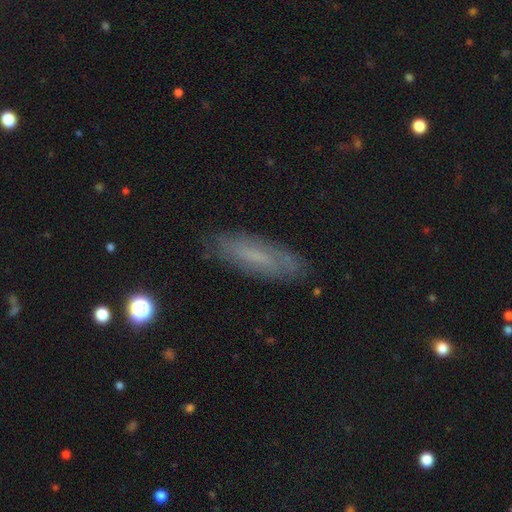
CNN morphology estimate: Q: Smooth or featured?
A: smooth (48%); runner-up: featured or disk (40%)
Q: Merging?
A: none (83%); runner-up: minor disturbance (12%)